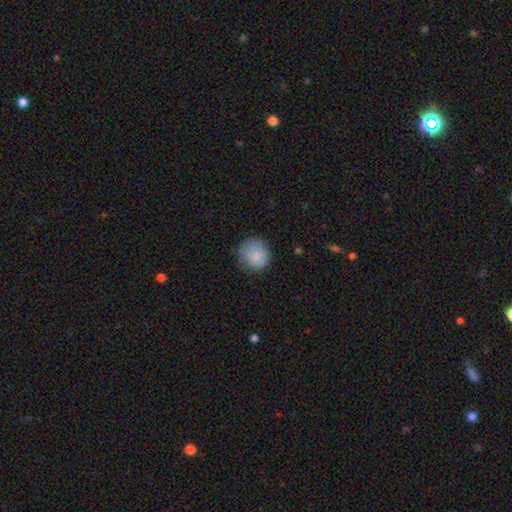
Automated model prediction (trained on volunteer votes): A smooth galaxy with no disk features (86%) that is round (88%). Merging: none (73%).